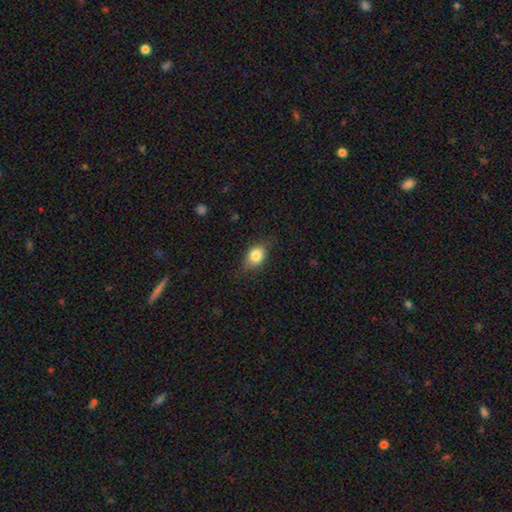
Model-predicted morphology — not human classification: This is likely a smooth galaxy (78%). How rounded: likely in between (67%). Merging: likely none (76%).